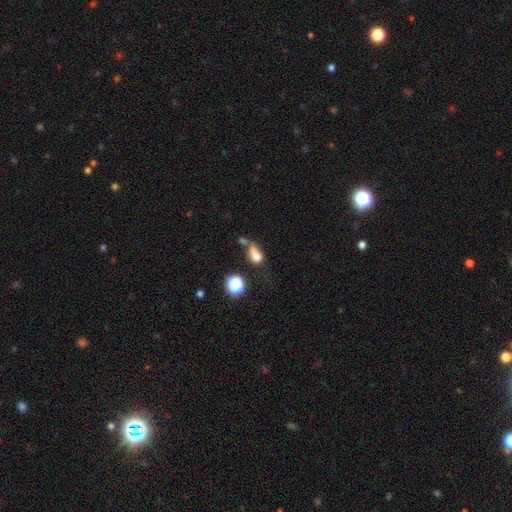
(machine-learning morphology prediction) smooth_or_featured: smooth (p=0.67) [alt: featured or disk p=0.17]
how_rounded: in between (p=0.66) [alt: round p=0.27]
merging: merger (p=0.33) [alt: major disturbance p=0.26]